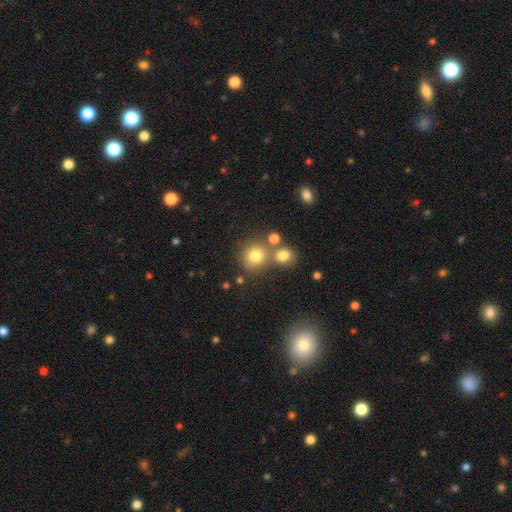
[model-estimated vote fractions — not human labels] This appears to be a smooth galaxy with no disk features (77%) that is round (84%). Merging: none (59%).